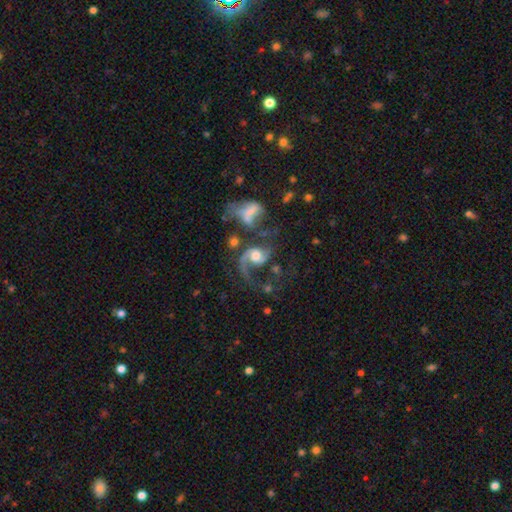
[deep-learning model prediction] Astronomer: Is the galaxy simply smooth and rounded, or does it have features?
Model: featured or disk — 83%.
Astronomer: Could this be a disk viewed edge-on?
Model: no — 97%.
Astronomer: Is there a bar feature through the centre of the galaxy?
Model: no — 62%.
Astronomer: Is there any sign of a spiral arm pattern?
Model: yes — 94%.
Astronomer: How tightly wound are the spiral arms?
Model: loose — 48% (runner-up: medium, 41%).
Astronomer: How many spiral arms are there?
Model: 2 — 54% (runner-up: 1, 40%).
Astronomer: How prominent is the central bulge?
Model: moderate — 54%.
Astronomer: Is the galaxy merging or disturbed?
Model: none — 32% (runner-up: major disturbance, 29%).